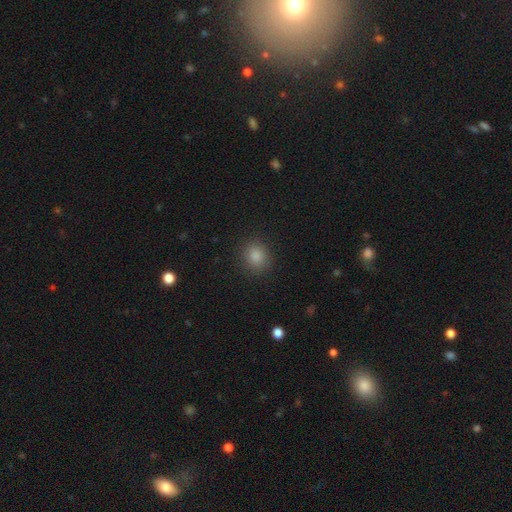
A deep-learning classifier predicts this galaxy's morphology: Smooth or featured? Predicted: smooth (p=0.82). How rounded? Predicted: round (p=0.78). Merging? Predicted: none (p=0.90).